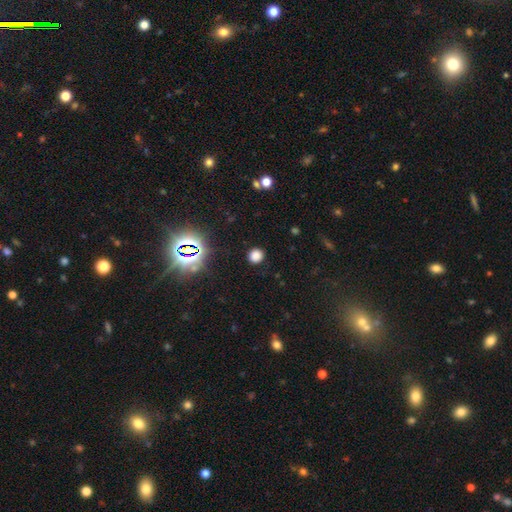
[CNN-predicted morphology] smooth 75%, star or artifact 20%, featured or disk 4%. Down the decision tree: how rounded — round (86%); merging — none (89%).